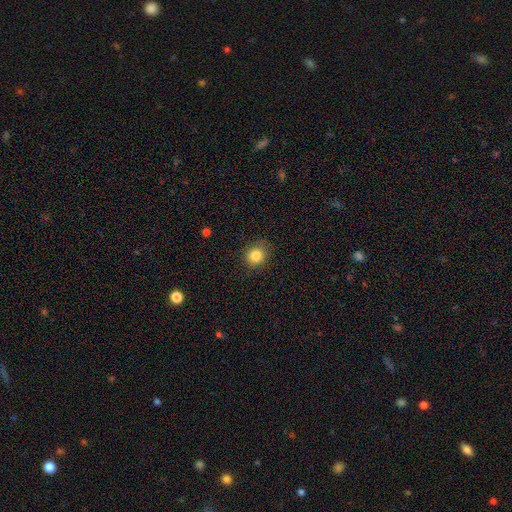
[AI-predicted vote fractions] smooth_or_featured: smooth (p=0.83) [alt: star or artifact p=0.11]
how_rounded: round (p=0.80) [alt: in between p=0.19]
merging: none (p=0.84) [alt: minor disturbance p=0.12]